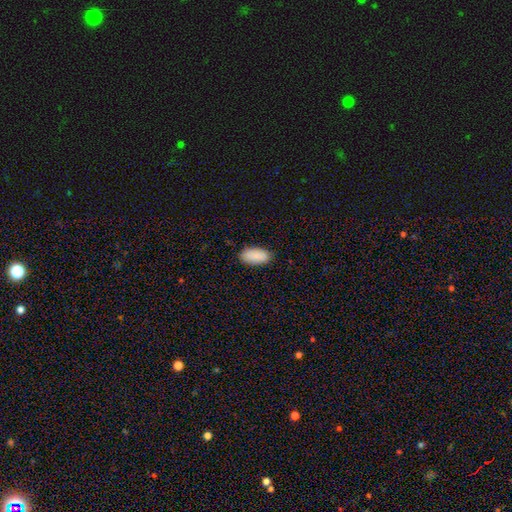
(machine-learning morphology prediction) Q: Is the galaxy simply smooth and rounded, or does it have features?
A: smooth — 90%.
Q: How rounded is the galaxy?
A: in between — 94%.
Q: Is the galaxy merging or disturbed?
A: none — 85%.